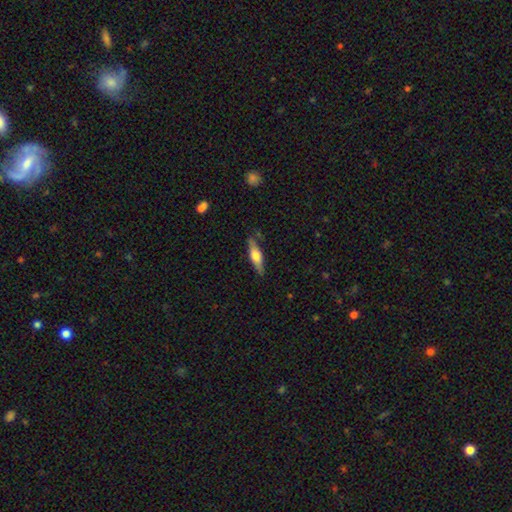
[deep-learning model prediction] Smooth or featured: featured or disk — 52% (smooth — 42%)
Edge-on disk: yes — 92% (no — 8%)
Merging: none — 81% (minor disturbance — 14%)